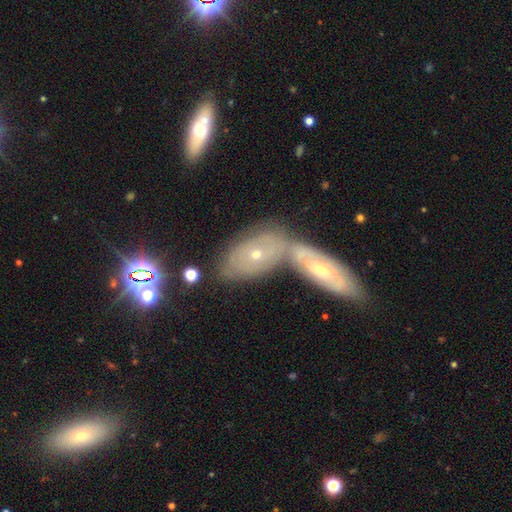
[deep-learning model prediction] This is possibly a featured or disk galaxy (52%). It is likely not viewed edge-on (78%). Merging: possibly none (51%).